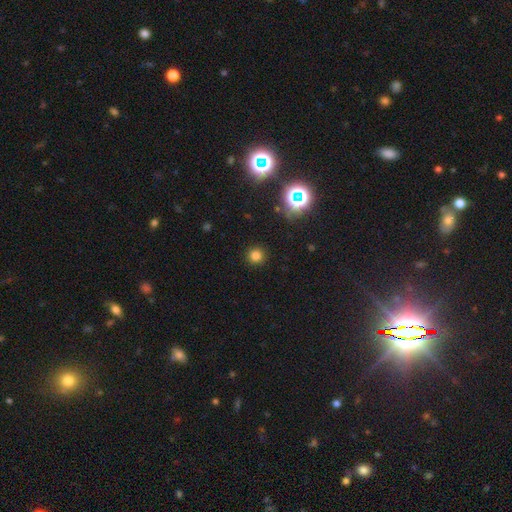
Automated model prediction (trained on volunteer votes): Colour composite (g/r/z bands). It shows a smooth galaxy with no disk features (76%) that is round (94%). Merging: none (92%).